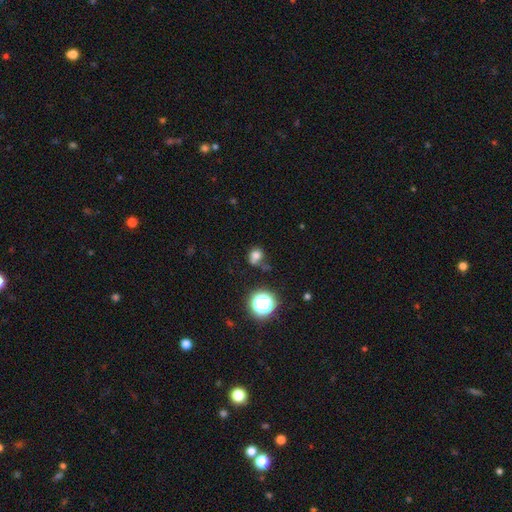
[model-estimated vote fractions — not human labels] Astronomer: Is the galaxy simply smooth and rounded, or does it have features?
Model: smooth — 71%.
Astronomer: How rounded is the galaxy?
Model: round — 70%.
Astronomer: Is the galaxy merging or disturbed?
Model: none — 46%.